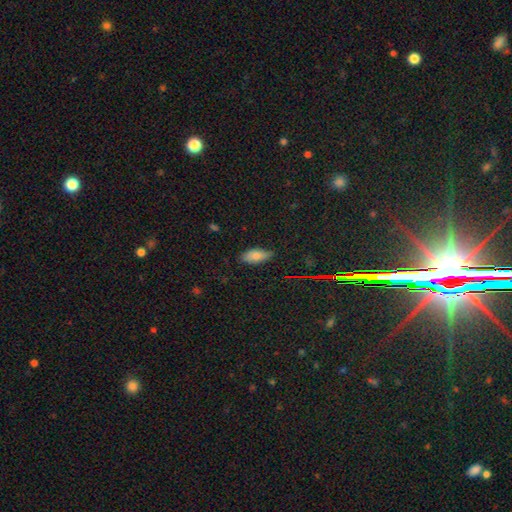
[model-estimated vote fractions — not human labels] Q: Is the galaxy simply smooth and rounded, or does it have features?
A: smooth — 79%.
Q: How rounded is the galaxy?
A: in between — 87%.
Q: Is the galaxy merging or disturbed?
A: none — 75%.